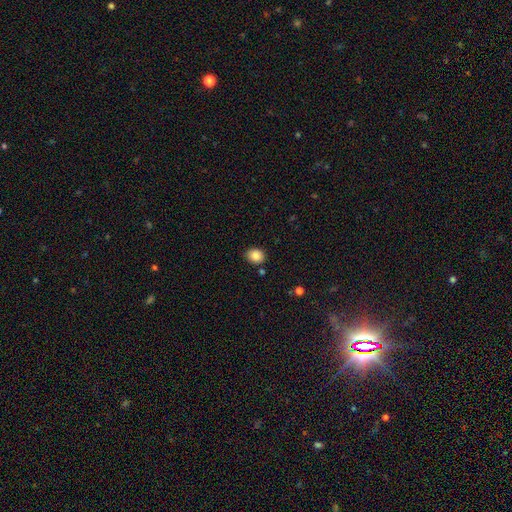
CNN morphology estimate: This appears to be a smooth galaxy with no disk features (87%) that is round (50%). Merging: none (83%).